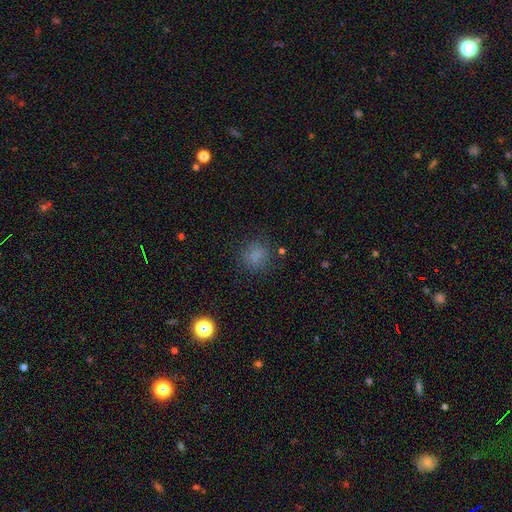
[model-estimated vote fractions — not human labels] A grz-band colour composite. It shows a smooth galaxy with no disk features (75%) that is round (77%). Merging: none (79%).